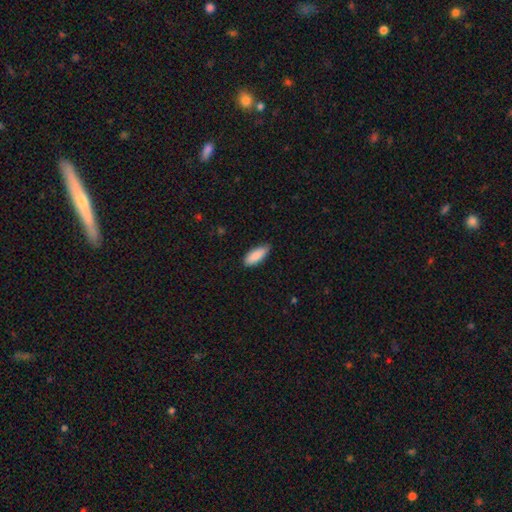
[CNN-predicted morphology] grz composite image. It shows a smooth galaxy with no disk features (89%) that is in between round and cigar-shaped (75%). Merging: none (78%).